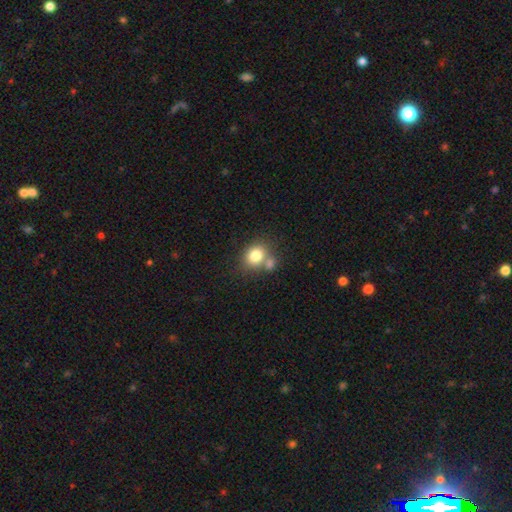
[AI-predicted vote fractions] A smooth galaxy with no disk features (79%) that is round (56%). Merging: none (52%).